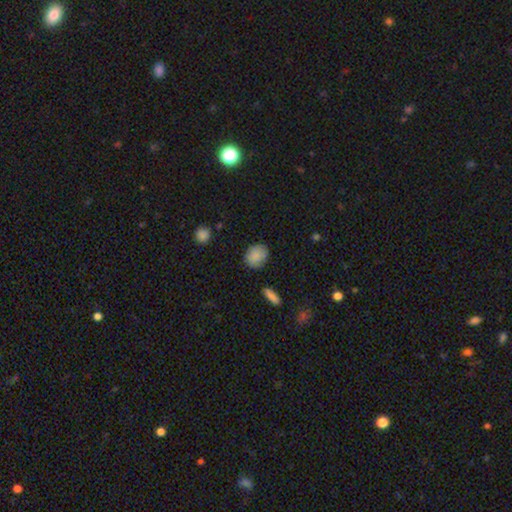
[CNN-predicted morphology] A smooth galaxy with no disk features (86%) that is round (55%). Merging: none (77%).